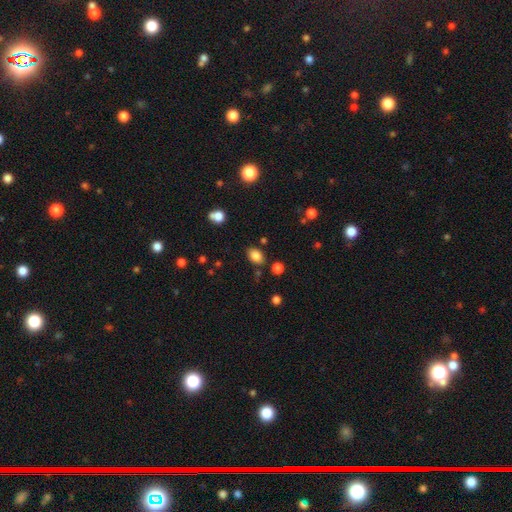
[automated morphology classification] Smooth or featured? Predicted: smooth (p=0.84). How rounded? Predicted: in between (p=0.79). Merging? Predicted: none (p=0.82).